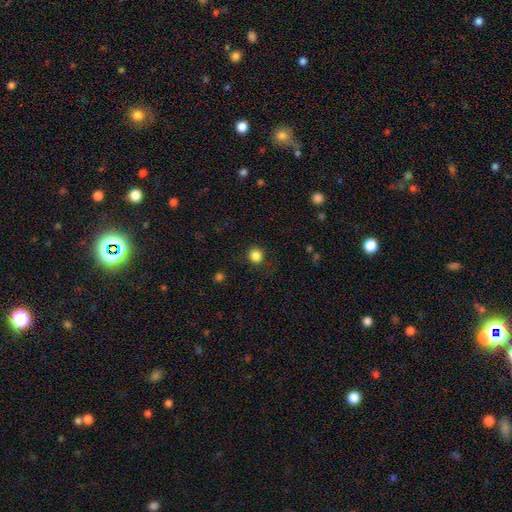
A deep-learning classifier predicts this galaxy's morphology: Smooth or featured?
  - smooth: 85% *
  - star or artifact: 12%
  - featured or disk: 3%
How rounded?
  - round: 92% *
  - in between: 7%
  - cigar-shaped: 1%
Merging?
  - none: 87% *
  - minor disturbance: 8%
  - major disturbance: 3%
  - merger: 1%